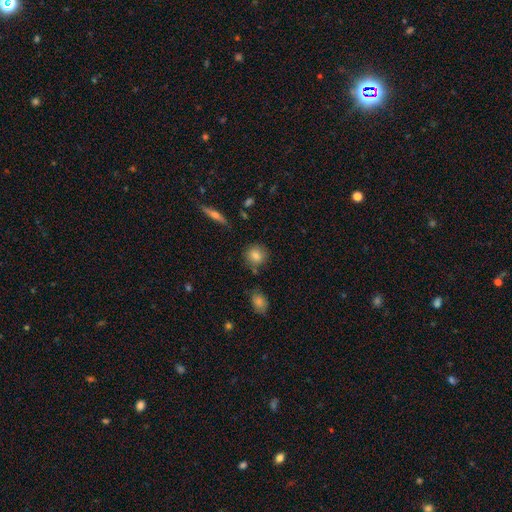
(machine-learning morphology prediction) The model was most divided on "merging": none: 81%, minor disturbance: 11%, merger: 5%, major disturbance: 3%. More confident: how rounded — round (85%); smooth or featured — smooth (82%).